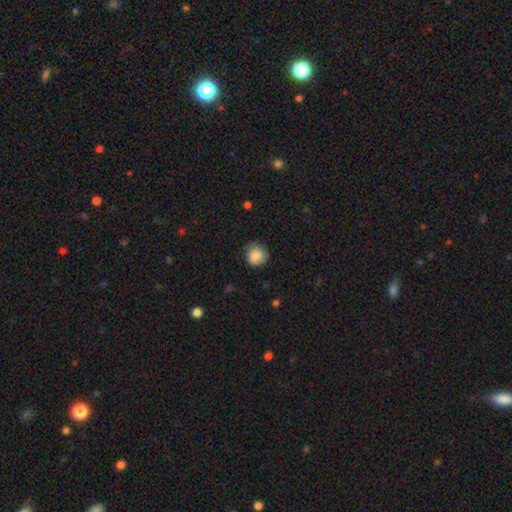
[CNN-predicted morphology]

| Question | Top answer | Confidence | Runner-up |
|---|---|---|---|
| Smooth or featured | smooth | 86% | star or artifact (8%) |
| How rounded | round | 89% | in between (10%) |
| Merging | none | 76% | minor disturbance (19%) |